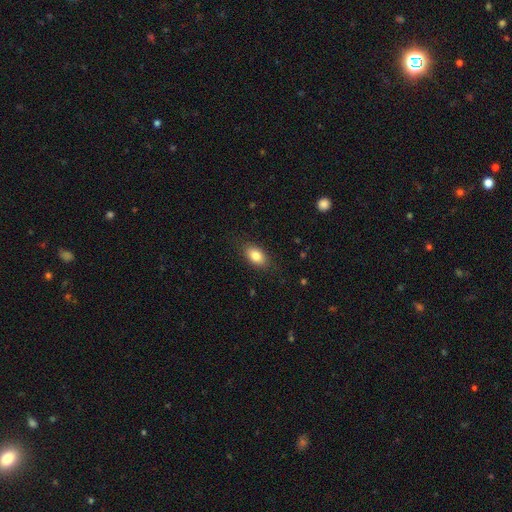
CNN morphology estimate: Smooth or featured? Predicted: smooth (p=0.83). How rounded? Predicted: in between (p=0.90). Merging? Predicted: none (p=0.84).